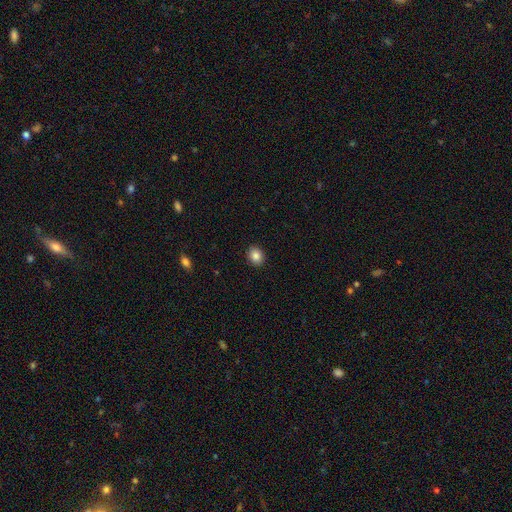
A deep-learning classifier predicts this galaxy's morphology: A smooth galaxy with no disk features (85%) that is round (60%).

Vote fractions:
- Smooth or featured? smooth: 85% / star or artifact: 9% / featured or disk: 5%
- How rounded? round: 60% / in between: 39% / cigar-shaped: 1%
- Merging? none: 91% / minor disturbance: 6% / major disturbance: 2% / merger: 1%